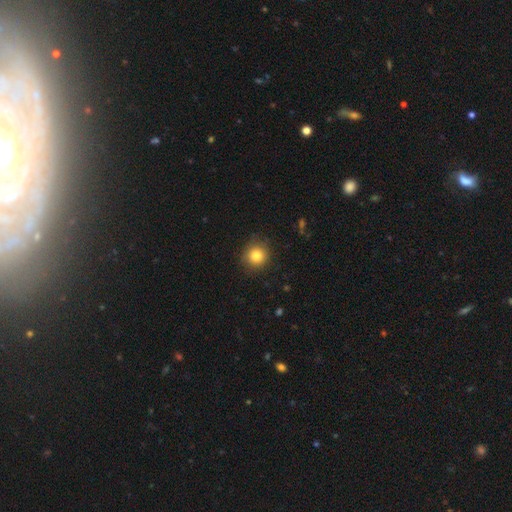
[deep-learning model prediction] The model was most divided on "merging": none: 84%, minor disturbance: 12%, major disturbance: 3%, merger: 1%. More confident: how rounded — round (90%); smooth or featured — smooth (83%).